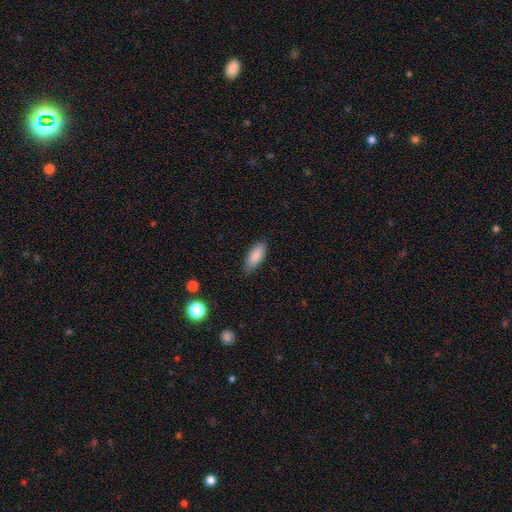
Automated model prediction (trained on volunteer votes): Smooth or featured? Predicted: smooth (p=0.87). How rounded? Predicted: in between (p=0.81). Merging? Predicted: none (p=0.80).